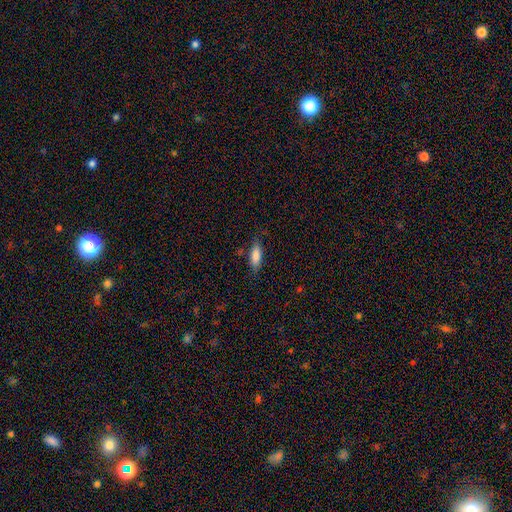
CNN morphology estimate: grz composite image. It shows a smooth galaxy with no disk features (83%) that is in between round and cigar-shaped (64%). Merging: none (78%).